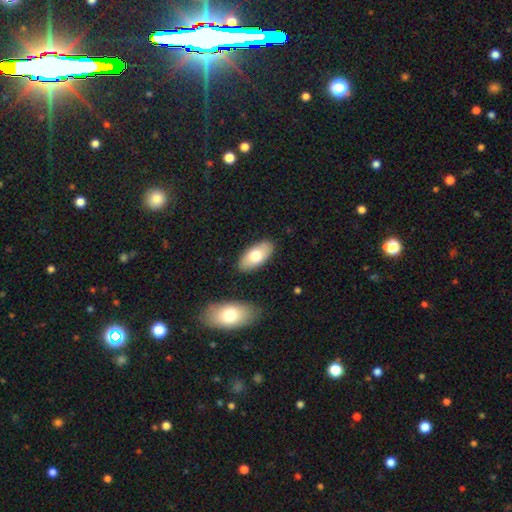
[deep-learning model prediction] Q: Smooth or featured?
A: smooth (72%); runner-up: featured or disk (22%)
Q: How rounded?
A: in between (93%); runner-up: cigar-shaped (5%)
Q: Merging?
A: none (85%); runner-up: minor disturbance (10%)